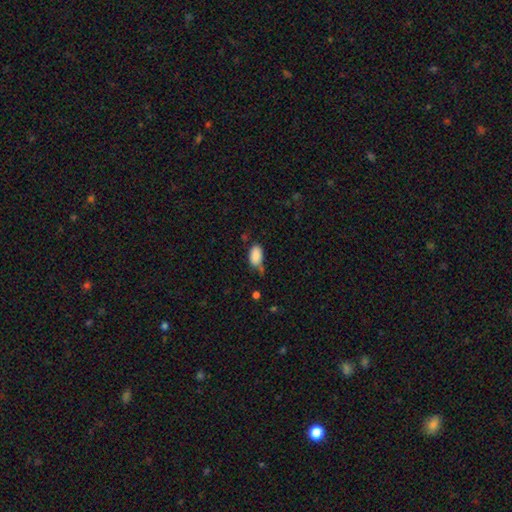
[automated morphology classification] Smooth or featured? Predicted: smooth (p=0.87). How rounded? Predicted: in between (p=0.93). Merging? Predicted: none (p=0.55).